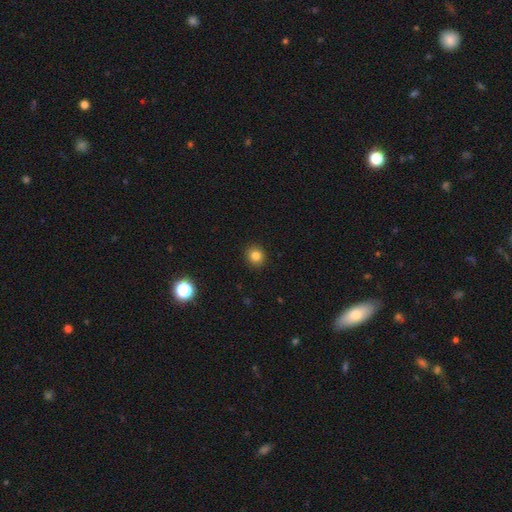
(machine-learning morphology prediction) type=smooth (82%); roundness=round (89%); merging=none (92%).